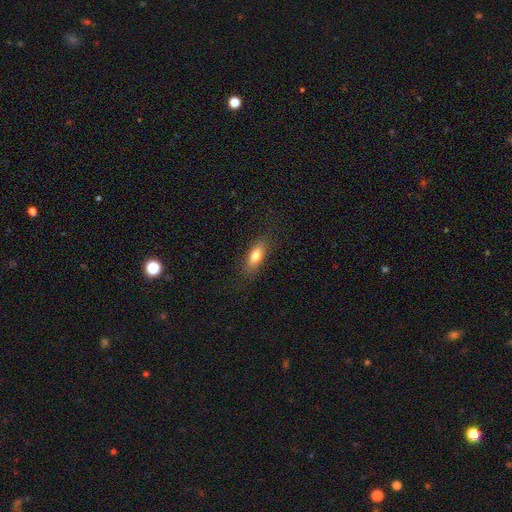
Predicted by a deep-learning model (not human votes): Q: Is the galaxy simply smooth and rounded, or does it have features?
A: smooth — 76%.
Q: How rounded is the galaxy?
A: in between — 74%.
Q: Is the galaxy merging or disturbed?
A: none — 83%.